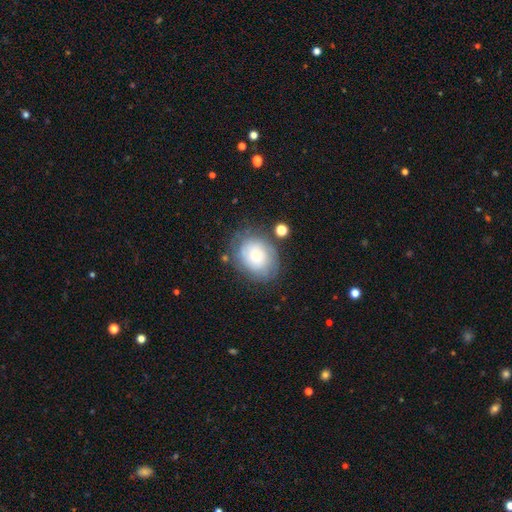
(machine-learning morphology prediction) Overall: smooth (49%; featured or disk 42%). Merging: none (67%).